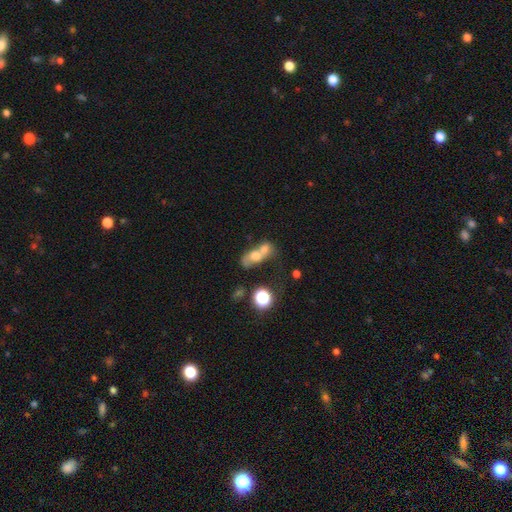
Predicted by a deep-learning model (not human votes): This appears to be a smooth galaxy with no disk features (60%) that is in between round and cigar-shaped (56%). Merging: merger (67%).